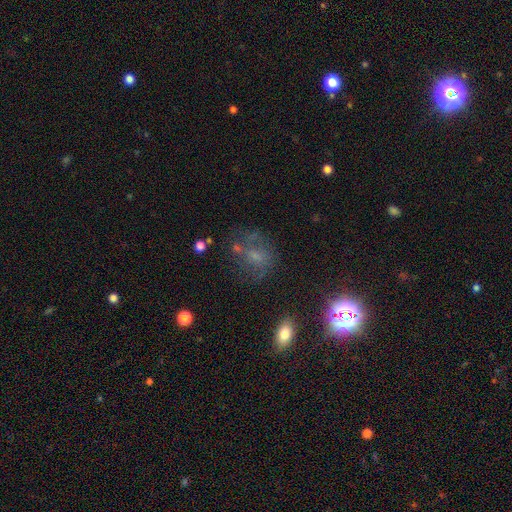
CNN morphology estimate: Smooth or featured?
  - smooth: 39% *
  - featured or disk: 32%
  - star or artifact: 29%
Merging?
  - none: 53% *
  - major disturbance: 20%
  - minor disturbance: 20%
  - merger: 7%